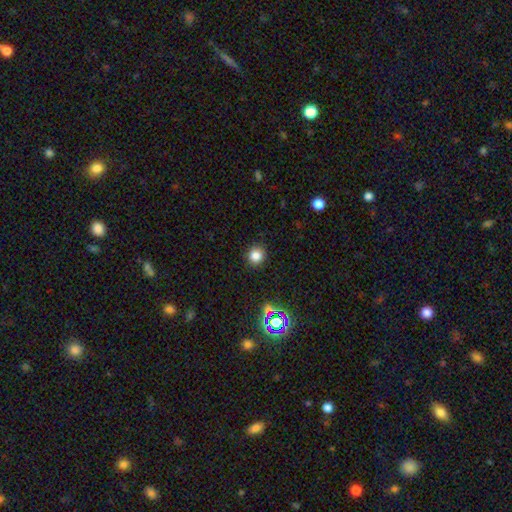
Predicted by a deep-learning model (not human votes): Overall: smooth (80%). How rounded: round (89%). Merging: none (91%).